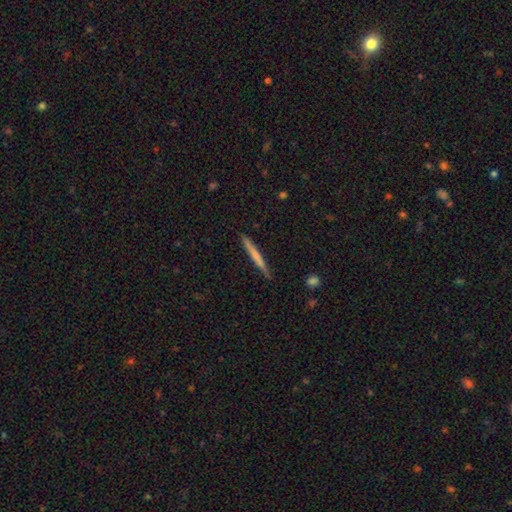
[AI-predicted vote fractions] smooth_or_featured: smooth (p=0.59) [alt: featured or disk p=0.36]
how_rounded: cigar-shaped (p=0.97) [alt: in between p=0.02]
merging: none (p=0.89) [alt: minor disturbance p=0.08]